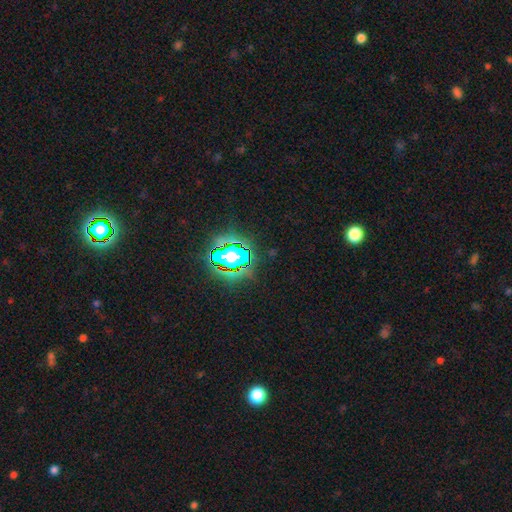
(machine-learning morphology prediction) Smooth or featured? Predicted: star or artifact (p=0.80).